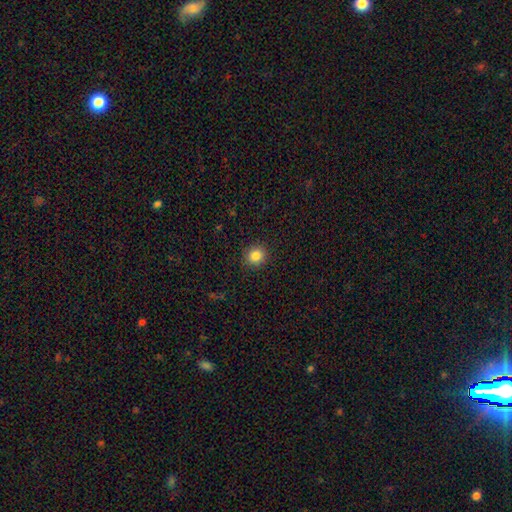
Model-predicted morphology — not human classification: Smooth or featured?
  - smooth: 83% *
  - star or artifact: 11%
  - featured or disk: 6%
How rounded?
  - round: 86% *
  - in between: 13%
  - cigar-shaped: 1%
Merging?
  - none: 90% *
  - minor disturbance: 7%
  - major disturbance: 2%
  - merger: 1%